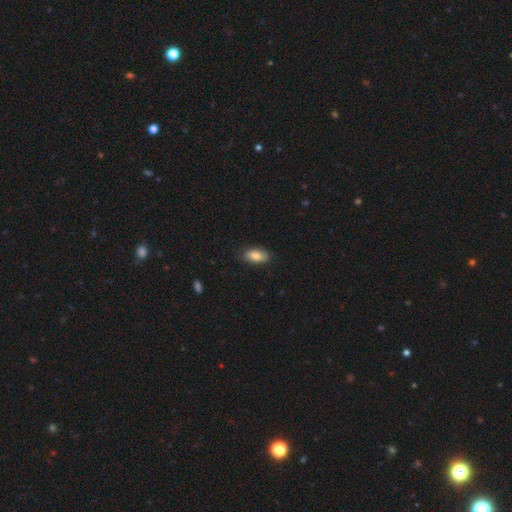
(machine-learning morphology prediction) Smooth or featured? smooth (83%)
How rounded? in between (91%)
Merging? none (83%)